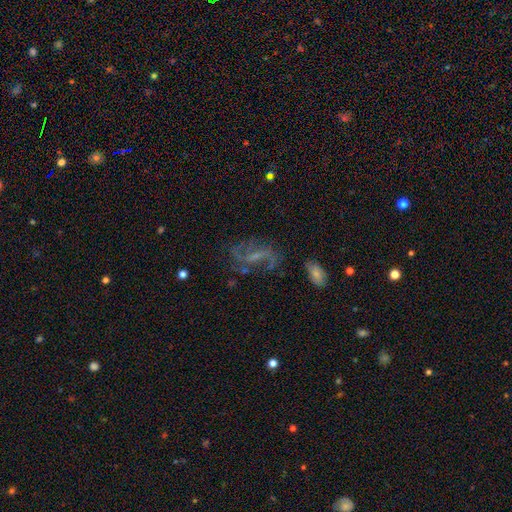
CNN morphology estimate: Smooth or featured?
  - featured or disk: 71% *
  - star or artifact: 15%
  - smooth: 14%
Edge-on disk?
  - no: 94% *
  - yes: 6%
Bar?
  - weak: 48% *
  - strong: 27%
  - no: 25%
Spiral arms?
  - yes: 85% *
  - no: 15%
Spiral winding?
  - loose: 53% *
  - medium: 35%
  - tight: 12%
Spiral arm count?
  - 2: 70% *
  - can't tell: 14%
  - 3: 5%
  - 1: 5%
  - 4: 3%
  - more than 4: 2%
Bulge size?
  - small: 45% *
  - none: 32%
  - moderate: 19%
  - large: 3%
  - dominant: 1%
Merging?
  - none: 58% *
  - major disturbance: 19%
  - minor disturbance: 18%
  - merger: 4%